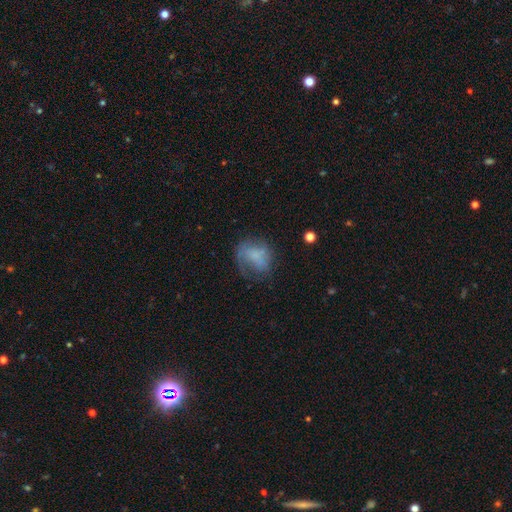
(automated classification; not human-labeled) Morphology: type=smooth (56%); roundness=round (51%); merging=none (42%).